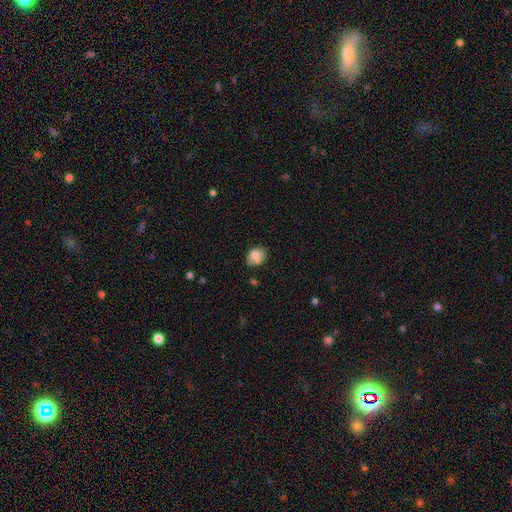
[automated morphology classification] This is likely a smooth galaxy (71%). How rounded: possibly round (53%). Merging: possibly none (51%).